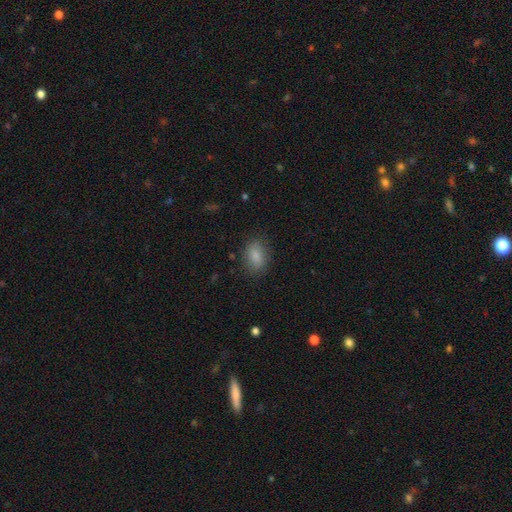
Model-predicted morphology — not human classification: Smooth or featured: smooth — 85% (star or artifact — 8%)
How rounded: in between — 77% (round — 22%)
Merging: none — 82% (minor disturbance — 13%)